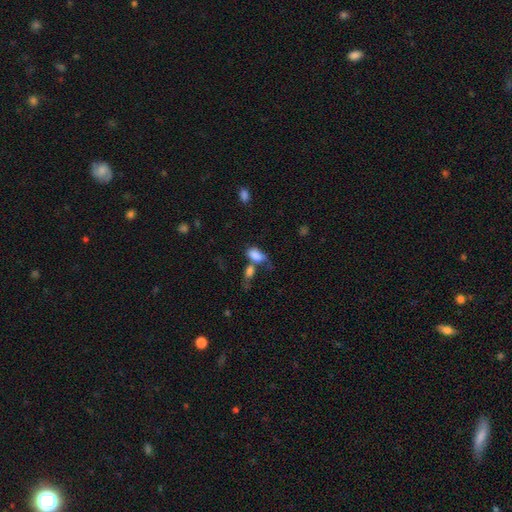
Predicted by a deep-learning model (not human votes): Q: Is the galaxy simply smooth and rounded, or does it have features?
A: smooth — 80%.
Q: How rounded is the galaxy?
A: in between — 91%.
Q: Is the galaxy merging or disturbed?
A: merger — 42%.